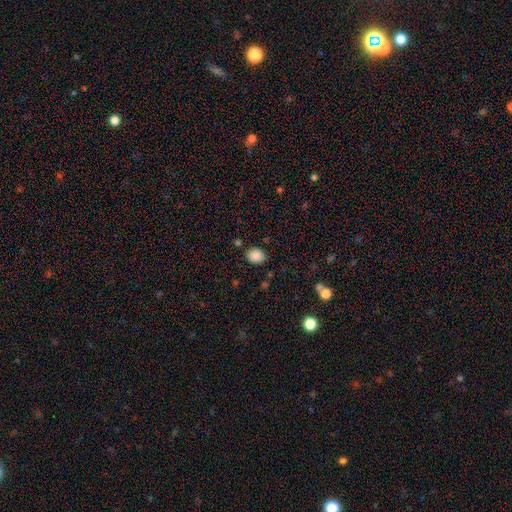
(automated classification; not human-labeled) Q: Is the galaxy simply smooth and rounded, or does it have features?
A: smooth — 87%.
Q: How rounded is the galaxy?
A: round — 51%.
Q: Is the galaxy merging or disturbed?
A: none — 84%.